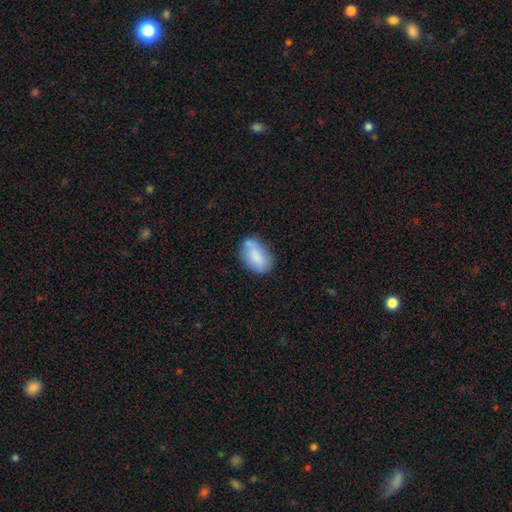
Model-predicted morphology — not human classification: The model was most divided on "merging": none: 56%, minor disturbance: 28%, merger: 8%, major disturbance: 8%. More confident: how rounded — in between (89%); smooth or featured — smooth (78%).